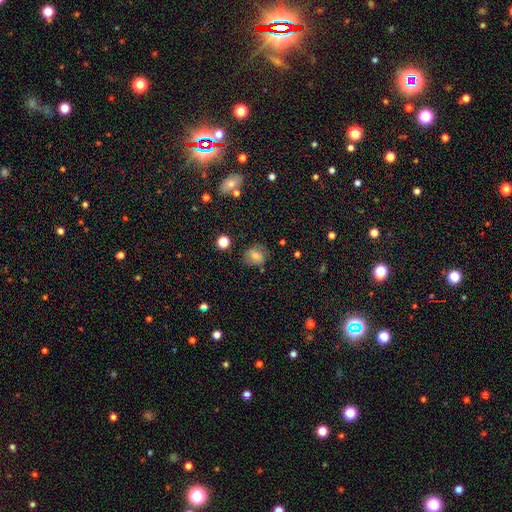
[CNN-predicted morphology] smooth 70%, featured or disk 18%, star or artifact 12%. Down the decision tree: how rounded — round (68%); merging — none (70%).